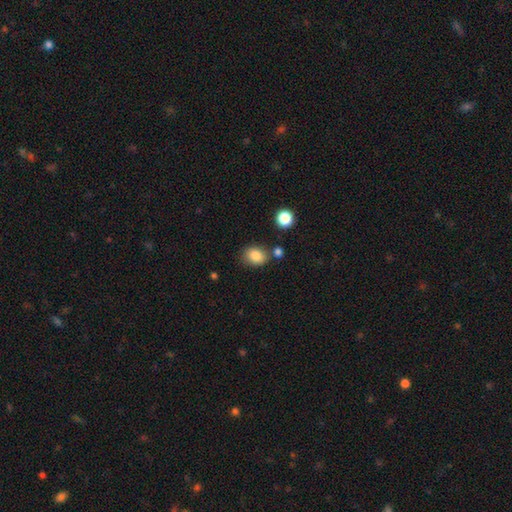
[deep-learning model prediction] This is clearly a smooth galaxy (85%). How rounded: possibly in between (54%). Merging: likely none (72%).